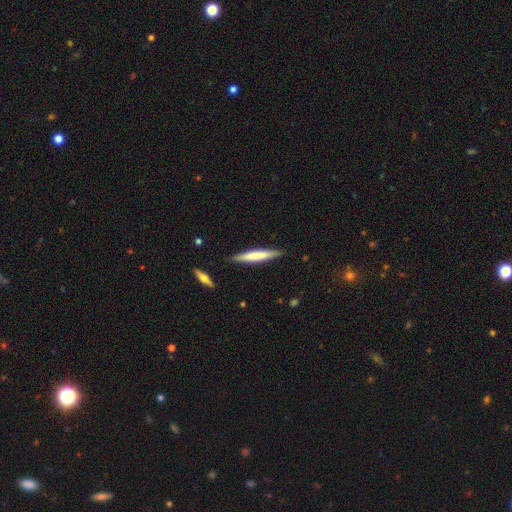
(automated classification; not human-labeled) A smooth galaxy with no disk features (62%) that is cigar-shaped (92%). Merging: none (88%).